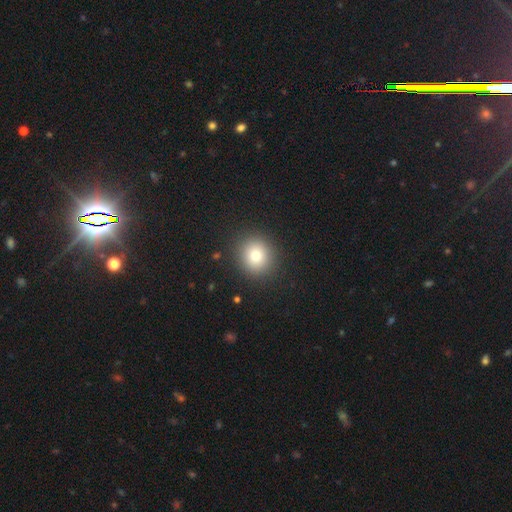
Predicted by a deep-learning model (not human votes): Smooth or featured? Predicted: smooth (p=0.78). How rounded? Predicted: round (p=0.85). Merging? Predicted: none (p=0.90).